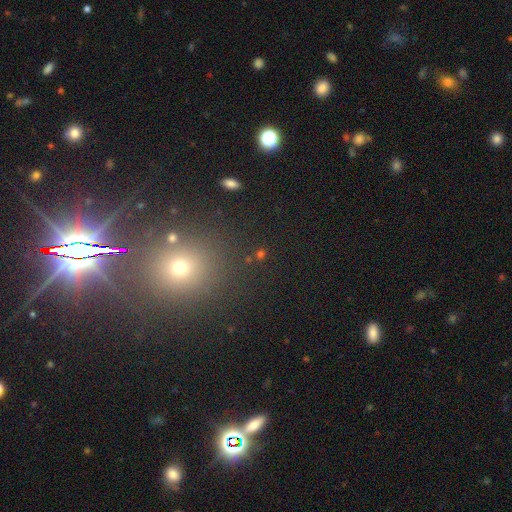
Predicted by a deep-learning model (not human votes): smooth-or-featured: star or artifact: 56% | smooth: 35% | featured or disk: 10%